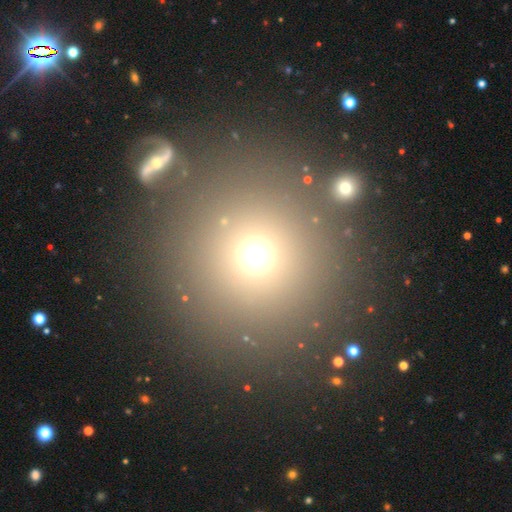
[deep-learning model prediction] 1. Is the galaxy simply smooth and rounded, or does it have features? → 64% smooth, 26% star or artifact, 10% featured or disk.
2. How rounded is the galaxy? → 95% round, 4% in between, 1% cigar-shaped.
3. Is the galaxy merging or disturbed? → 80% none, 9% merger, 7% minor disturbance, 5% major disturbance.